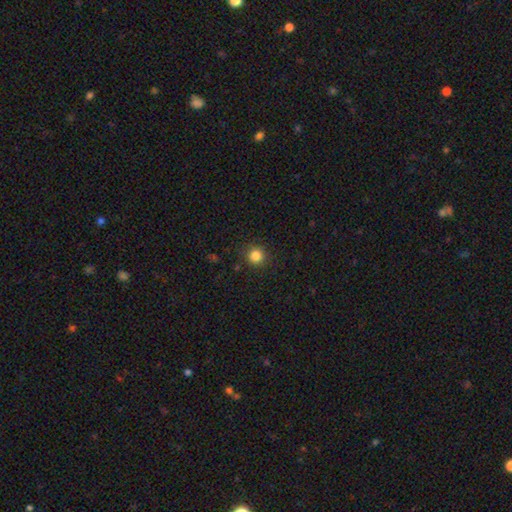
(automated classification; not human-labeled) Overall: smooth (84%). How rounded: round (94%). Merging: none (90%).